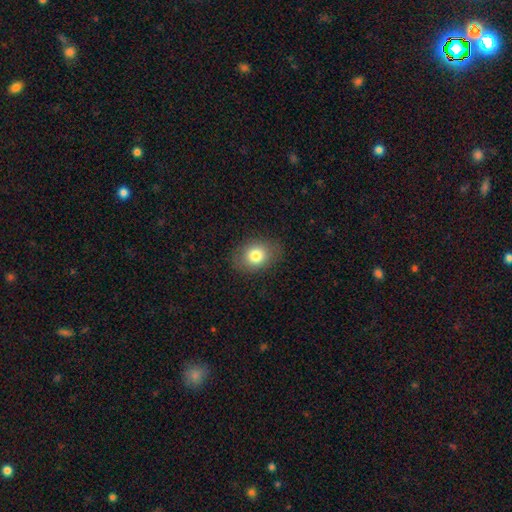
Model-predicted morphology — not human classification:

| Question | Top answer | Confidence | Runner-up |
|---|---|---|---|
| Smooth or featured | smooth | 79% | featured or disk (11%) |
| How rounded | in between | 57% | round (42%) |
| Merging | none | 83% | minor disturbance (12%) |